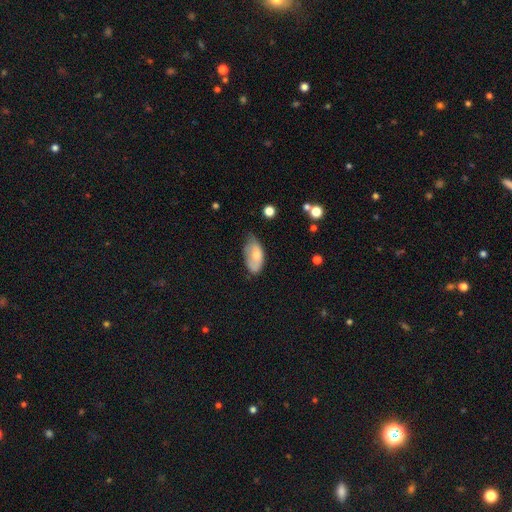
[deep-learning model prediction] Smooth or featured?
  - smooth: 71% *
  - featured or disk: 23%
  - star or artifact: 7%
How rounded?
  - in between: 93% *
  - cigar-shaped: 4%
  - round: 3%
Merging?
  - minor disturbance: 45% *
  - none: 38%
  - major disturbance: 15%
  - merger: 2%